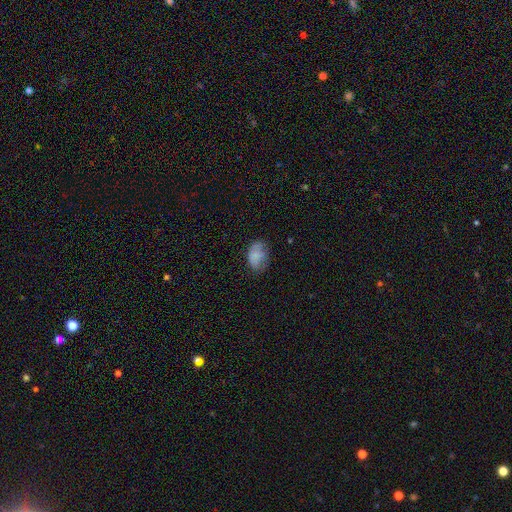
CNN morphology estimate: Smooth or featured? smooth (73%)
How rounded? in between (82%)
Merging? none (53%)